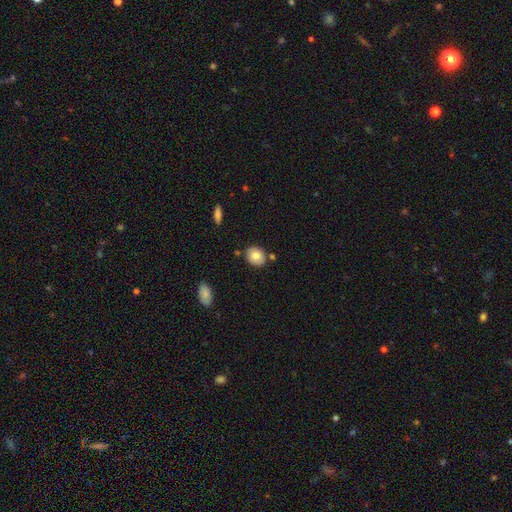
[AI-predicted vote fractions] Smooth or featured: smooth — 77% (featured or disk — 15%)
How rounded: round — 57% (in between — 42%)
Merging: none — 79% (minor disturbance — 12%)